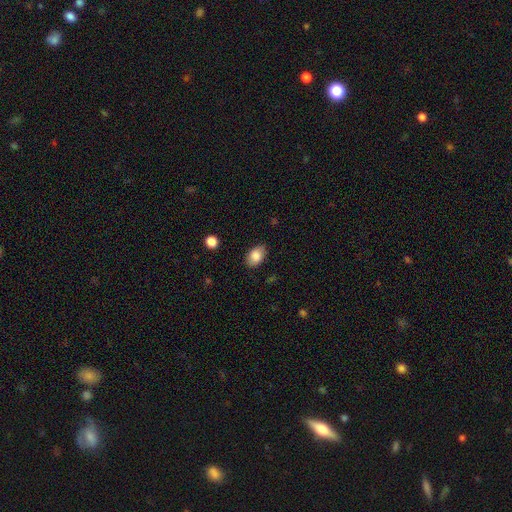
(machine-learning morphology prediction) A smooth galaxy with no disk features (85%) that is in between round and cigar-shaped (85%). Merging: none (83%).